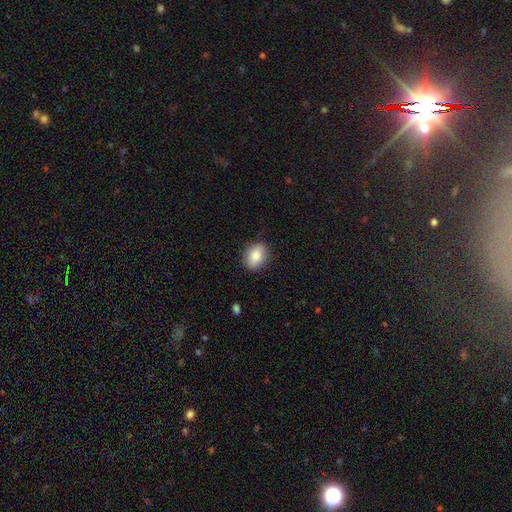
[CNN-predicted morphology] Q: Smooth or featured?
A: smooth (85%); runner-up: featured or disk (8%)
Q: How rounded?
A: in between (64%); runner-up: round (35%)
Q: Merging?
A: none (88%); runner-up: minor disturbance (9%)